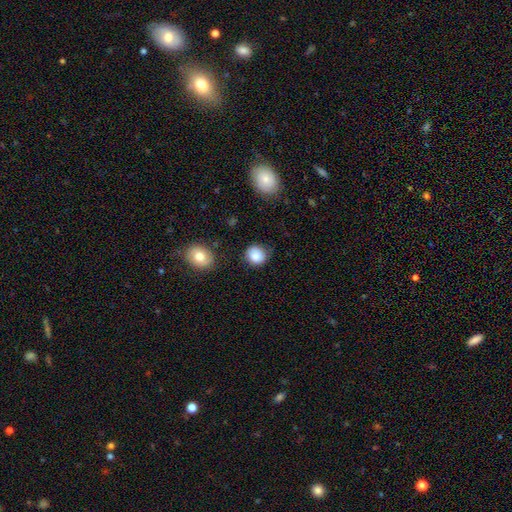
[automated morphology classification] The model was most divided on "merging": none: 77%, minor disturbance: 16%, major disturbance: 4%, merger: 3%. More confident: how rounded — round (85%); smooth or featured — smooth (83%).